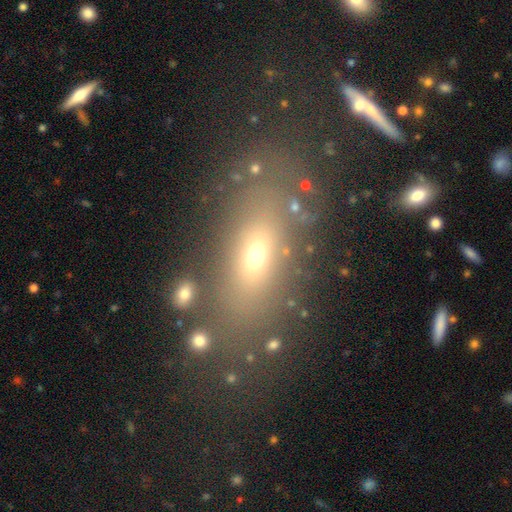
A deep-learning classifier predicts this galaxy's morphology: The model was most divided on "smooth or featured": smooth: 60%, star or artifact: 20%, featured or disk: 20%. More confident: merging — none (77%); how rounded — in between (71%).